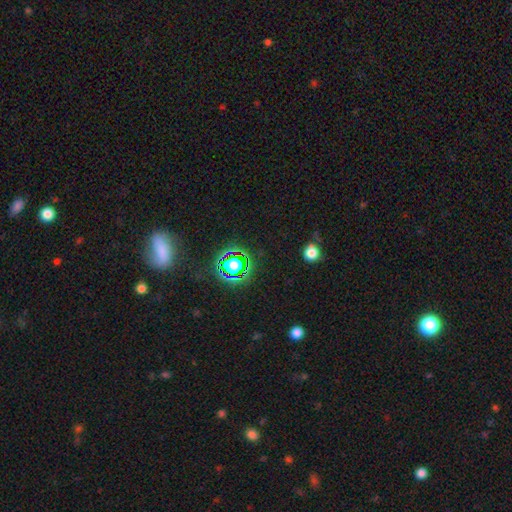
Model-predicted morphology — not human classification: A star or artifact, not a galaxy (61%).